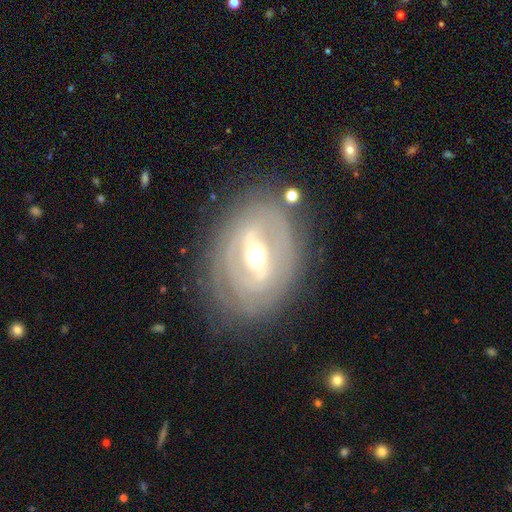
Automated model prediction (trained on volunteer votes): featured or disk 82%, smooth 13%, star or artifact 6%. Down the decision tree: edge-on disk — no (92%); bar — strong (57%); spiral arms — yes (63%); bulge size — moderate (70%); merging — none (78%).